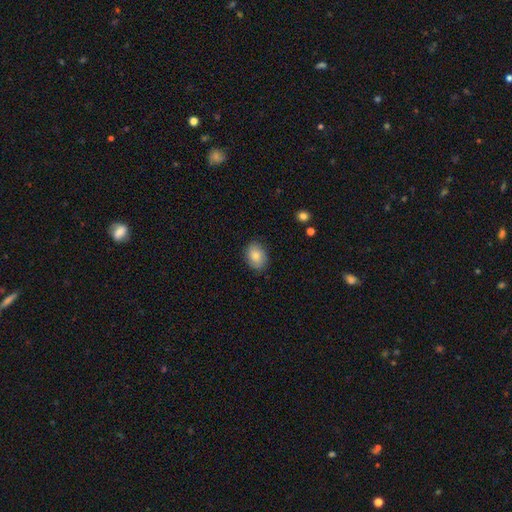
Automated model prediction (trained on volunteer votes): Smooth or featured? Predicted: smooth (p=0.83). How rounded? Predicted: in between (p=0.75). Merging? Predicted: none (p=0.85).